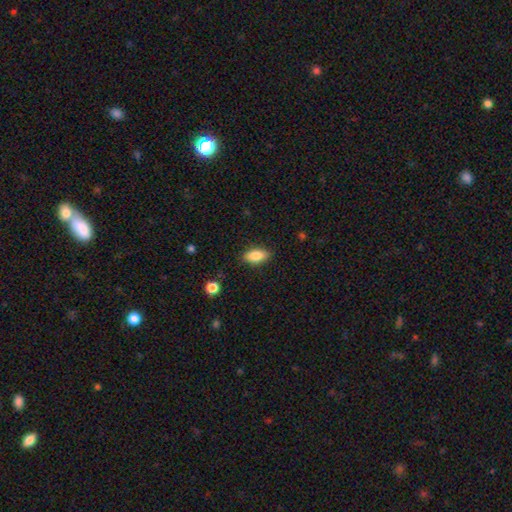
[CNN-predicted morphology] This appears to be a smooth galaxy with no disk features (84%) that is in between round and cigar-shaped (89%). Merging: none (87%).